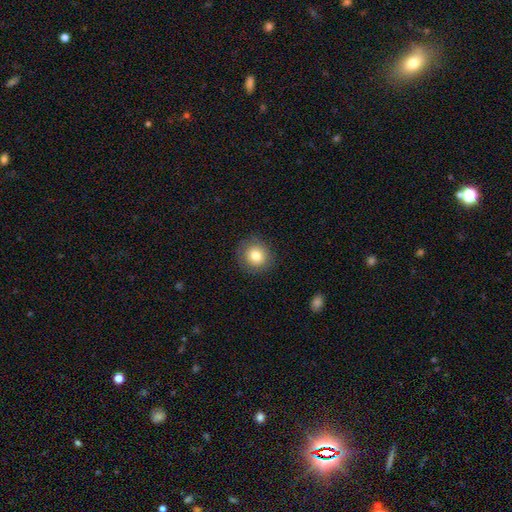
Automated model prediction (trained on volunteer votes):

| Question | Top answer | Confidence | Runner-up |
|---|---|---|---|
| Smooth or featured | smooth | 79% | featured or disk (11%) |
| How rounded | round | 90% | in between (9%) |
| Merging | none | 87% | minor disturbance (9%) |